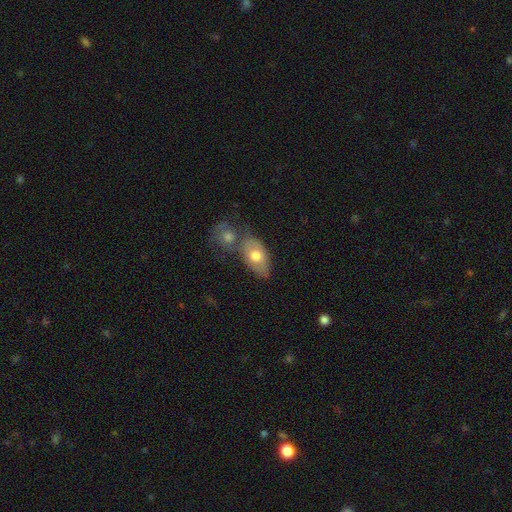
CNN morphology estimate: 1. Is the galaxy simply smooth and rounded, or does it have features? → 65% smooth, 29% featured or disk, 6% star or artifact.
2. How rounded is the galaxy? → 88% in between, 8% round, 4% cigar-shaped.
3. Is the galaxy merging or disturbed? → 44% none, 36% merger, 14% minor disturbance, 6% major disturbance.